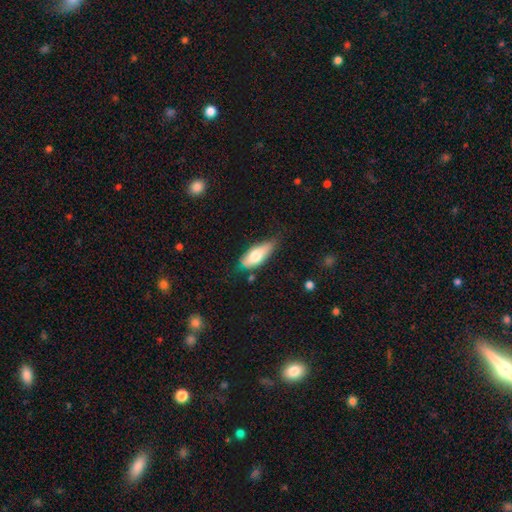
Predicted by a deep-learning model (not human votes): The model was most divided on "merging": none: 53%, minor disturbance: 34%, major disturbance: 8%, merger: 4%. More confident: how rounded — in between (76%); smooth or featured — smooth (71%).